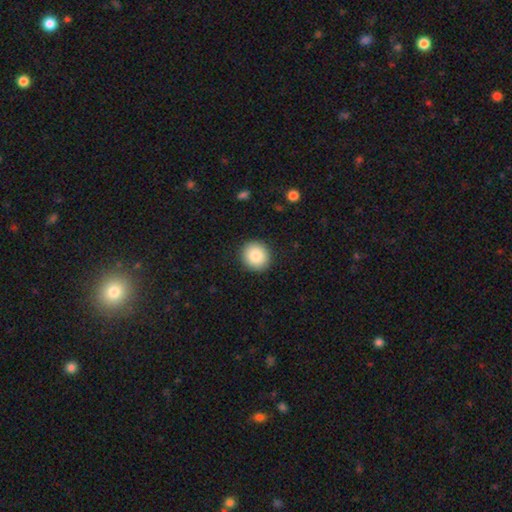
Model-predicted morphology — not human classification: type=smooth (87%); roundness=round (89%); merging=none (91%).